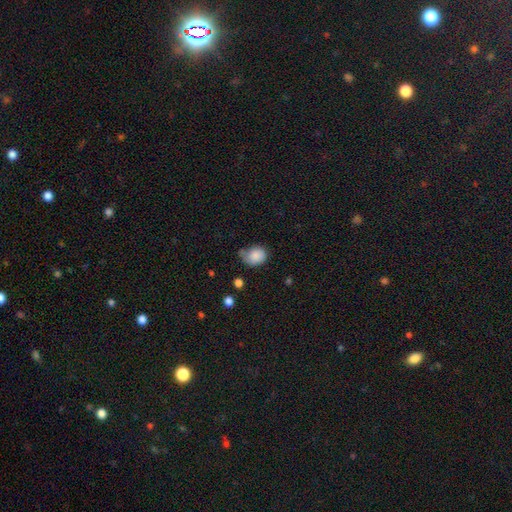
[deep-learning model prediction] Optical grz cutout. It shows a smooth galaxy with no disk features (84%) that is in between round and cigar-shaped (50%). Merging: none (45%).